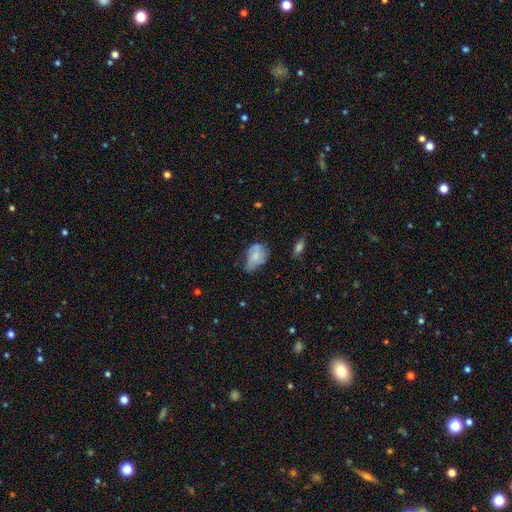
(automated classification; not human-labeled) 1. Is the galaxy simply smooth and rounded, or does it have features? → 62% smooth, 30% featured or disk, 8% star or artifact.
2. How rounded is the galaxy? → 85% in between, 13% round, 2% cigar-shaped.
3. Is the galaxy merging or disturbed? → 40% minor disturbance, 32% none, 22% major disturbance, 6% merger.